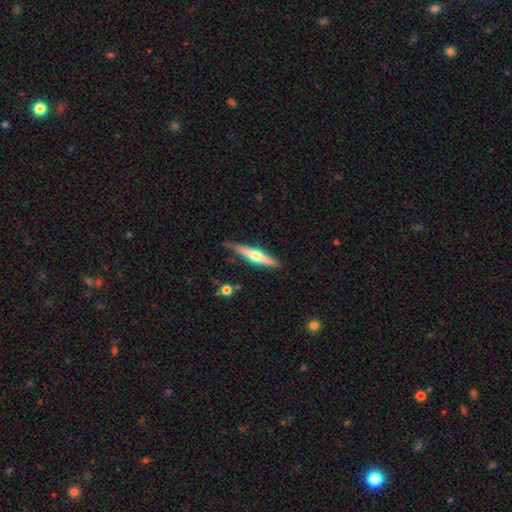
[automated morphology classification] The model was most divided on "smooth or featured": featured or disk: 64%, smooth: 31%, star or artifact: 5%. More confident: edge-on disk — yes (96%); edge-on bulge — rounded (92%); merging — none (79%).